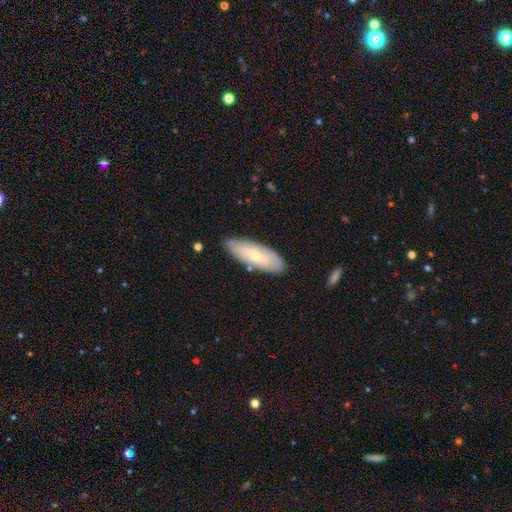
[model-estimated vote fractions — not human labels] The model was most divided on "smooth or featured": smooth: 49%, featured or disk: 45%, star or artifact: 6%. More confident: merging — none (79%).